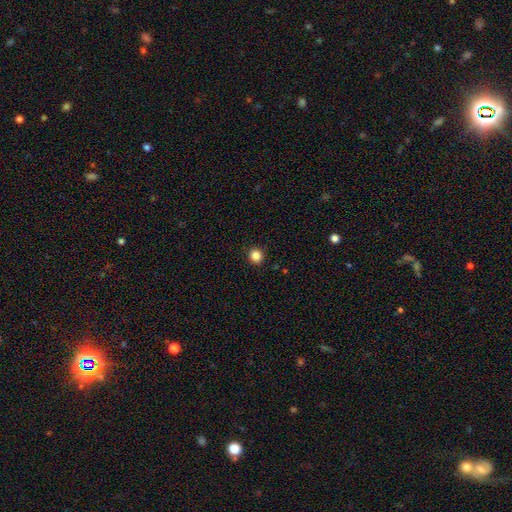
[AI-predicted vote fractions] Smooth or featured: smooth — 85% (star or artifact — 12%)
How rounded: round — 94% (in between — 5%)
Merging: none — 93% (minor disturbance — 4%)